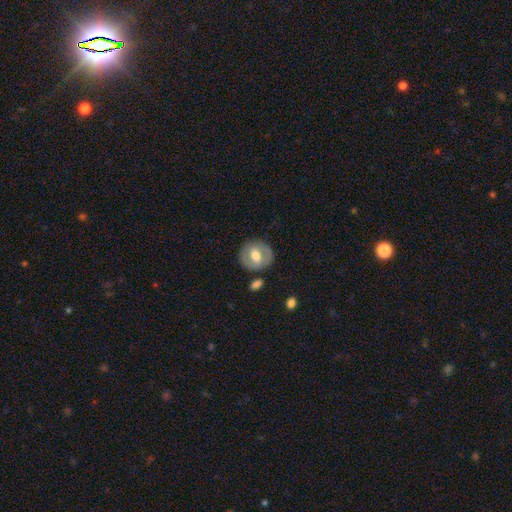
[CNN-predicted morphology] smooth_or_featured: featured or disk (p=0.50) [alt: smooth p=0.44]
disk_edge_on: no (p=0.95) [alt: yes p=0.05]
merging: none (p=0.80) [alt: minor disturbance p=0.12]